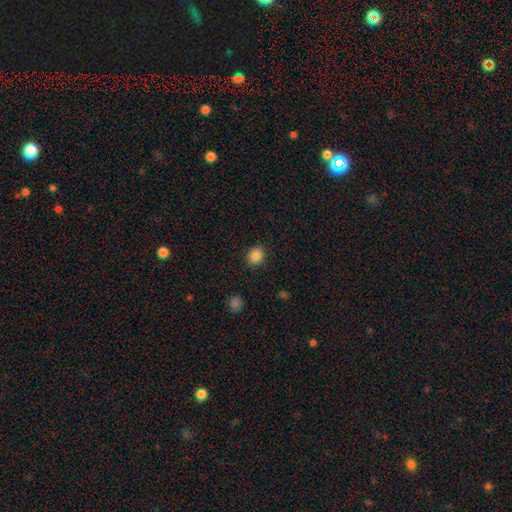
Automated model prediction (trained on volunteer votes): smooth_or_featured: smooth (p=0.85) [alt: star or artifact p=0.10]
how_rounded: round (p=0.68) [alt: in between p=0.31]
merging: none (p=0.89) [alt: minor disturbance p=0.08]